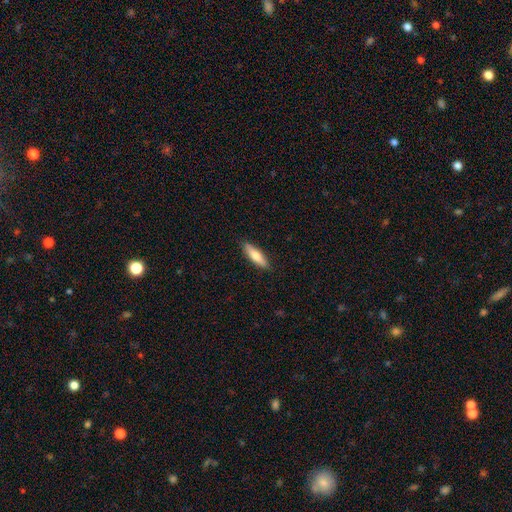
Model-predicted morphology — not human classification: smooth-or-featured: smooth: 69% | featured or disk: 25% | star or artifact: 6%
  how-rounded: cigar-shaped: 60% | in between: 38% | round: 2%
  merging: none: 89% | minor disturbance: 8% | major disturbance: 2% | merger: 1%